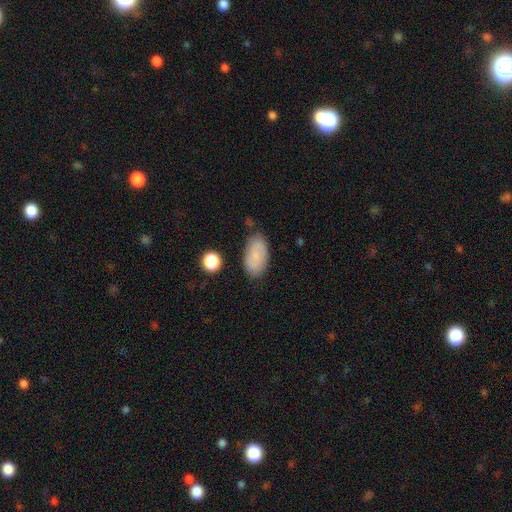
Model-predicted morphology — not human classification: The model was most divided on "smooth or featured": smooth: 75%, featured or disk: 17%, star or artifact: 8%. More confident: how rounded — in between (93%); merging — none (77%).